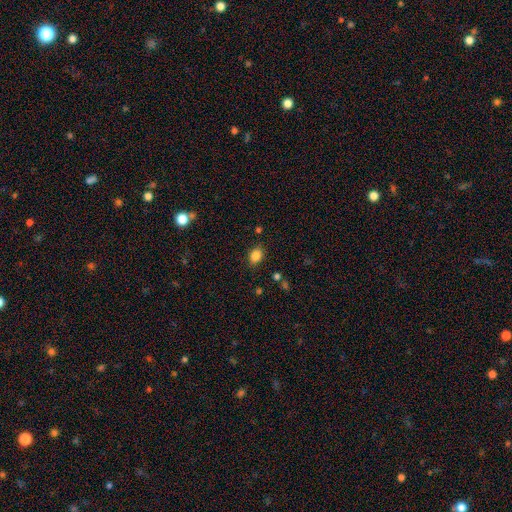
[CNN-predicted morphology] Overall: smooth (85%). How rounded: in between (67%; round 32%). Merging: none (84%).